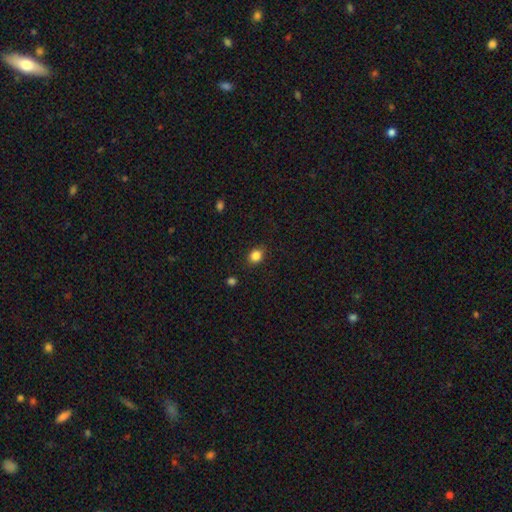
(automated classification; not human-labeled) Morphology: type=smooth (84%); roundness=round (55%); merging=none (85%).